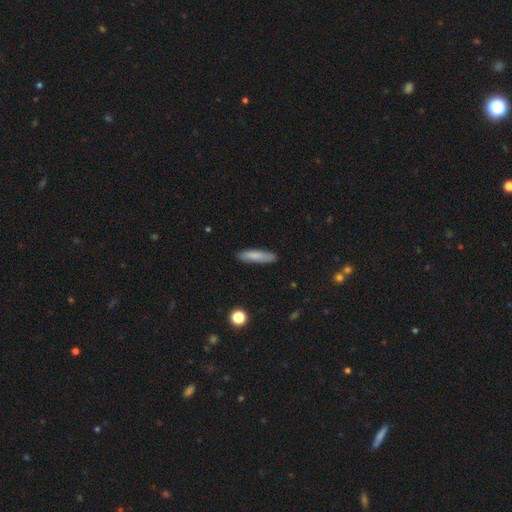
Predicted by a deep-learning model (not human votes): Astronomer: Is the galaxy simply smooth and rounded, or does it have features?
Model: smooth — 82%.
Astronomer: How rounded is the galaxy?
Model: cigar-shaped — 78%.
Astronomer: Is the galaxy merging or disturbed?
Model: none — 87%.